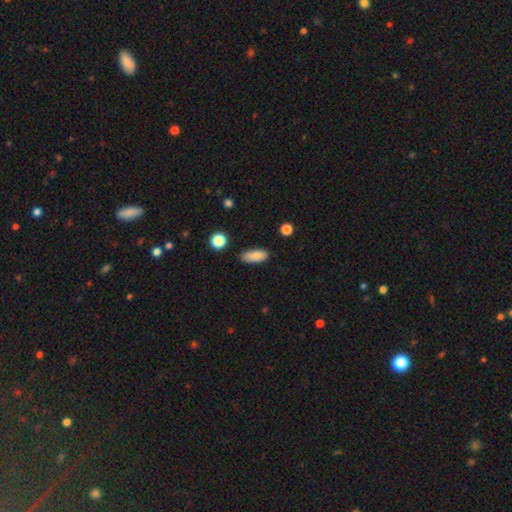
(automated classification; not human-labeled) A smooth galaxy with no disk features (86%) that is in between round and cigar-shaped (78%). Merging: none (81%).